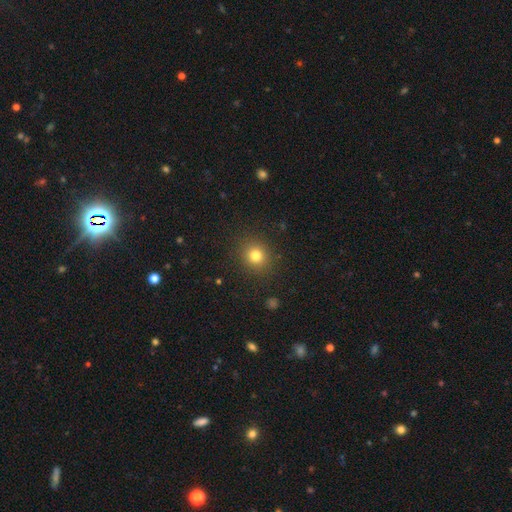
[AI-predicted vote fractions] This is likely a smooth galaxy (79%). How rounded: clearly round (85%). Merging: clearly none (89%).